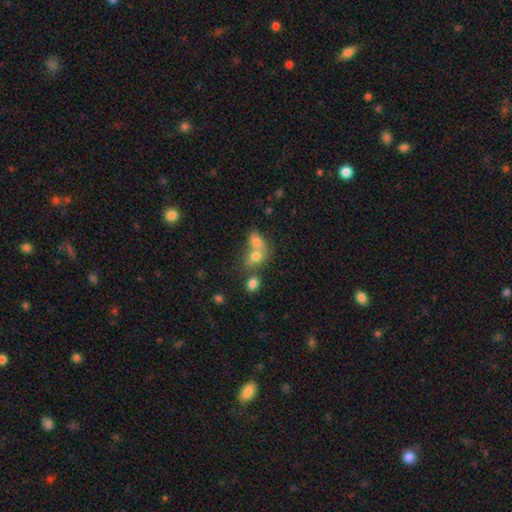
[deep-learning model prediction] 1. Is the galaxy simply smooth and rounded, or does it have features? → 62% smooth, 19% featured or disk, 19% star or artifact.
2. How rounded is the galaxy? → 59% round, 39% in between, 2% cigar-shaped.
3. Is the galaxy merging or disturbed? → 64% merger, 26% none, 6% minor disturbance, 4% major disturbance.